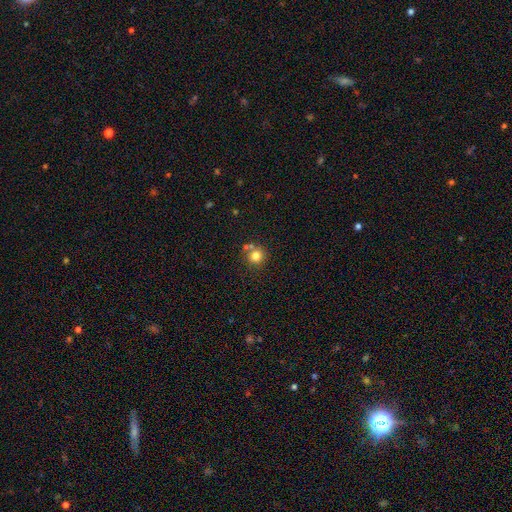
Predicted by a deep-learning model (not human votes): A smooth galaxy with no disk features (80%) that is round (92%). Merging: none (71%).